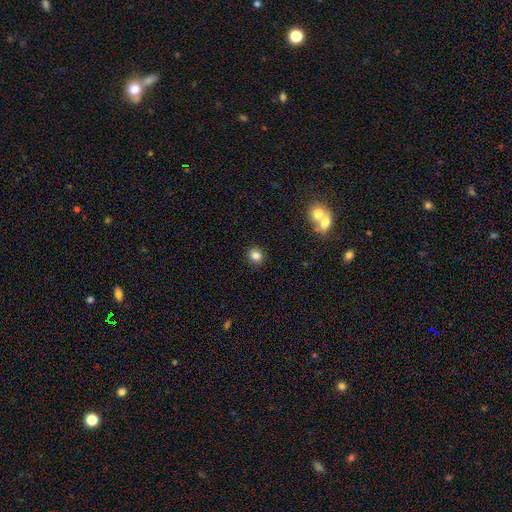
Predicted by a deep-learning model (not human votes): Smooth or featured: smooth — 83% (star or artifact — 12%)
How rounded: round — 80% (in between — 19%)
Merging: none — 89% (minor disturbance — 6%)